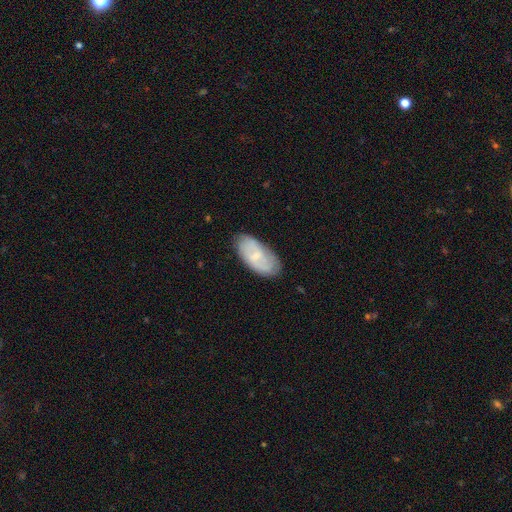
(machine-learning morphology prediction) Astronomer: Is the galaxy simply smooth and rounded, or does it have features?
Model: smooth — 48% (runner-up: featured or disk, 46%).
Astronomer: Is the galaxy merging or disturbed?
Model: none — 77%.